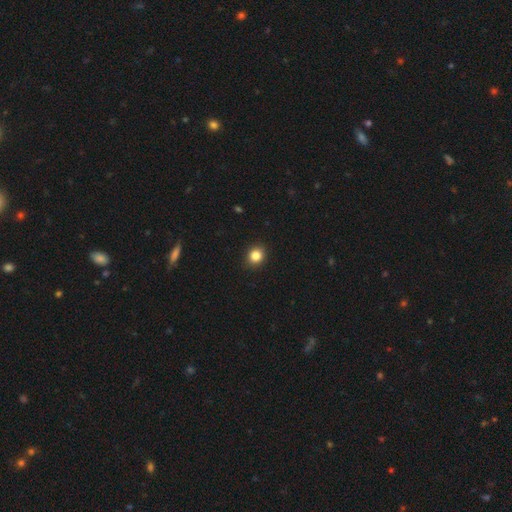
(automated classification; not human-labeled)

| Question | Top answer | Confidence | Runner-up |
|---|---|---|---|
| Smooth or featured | smooth | 85% | star or artifact (11%) |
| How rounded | round | 80% | in between (19%) |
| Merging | none | 92% | minor disturbance (6%) |